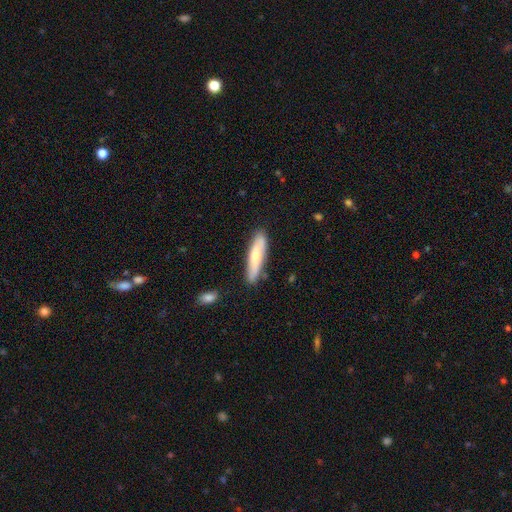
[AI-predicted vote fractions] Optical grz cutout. It shows a smooth galaxy with no disk features (56%) that is cigar-shaped (78%). Merging: none (82%).